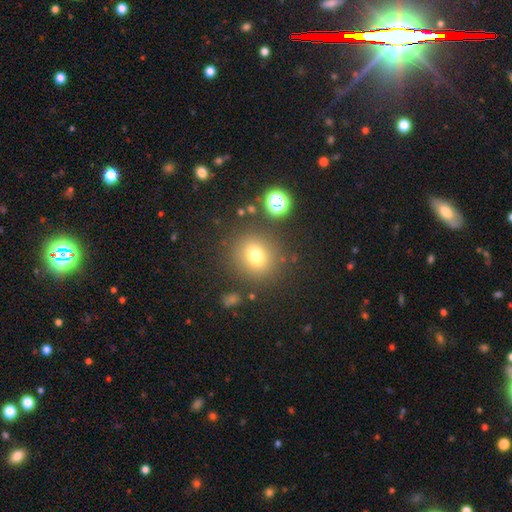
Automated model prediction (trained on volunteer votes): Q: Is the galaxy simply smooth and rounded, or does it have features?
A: smooth — 62%.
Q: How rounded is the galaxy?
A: round — 81%.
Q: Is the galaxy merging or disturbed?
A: none — 85%.